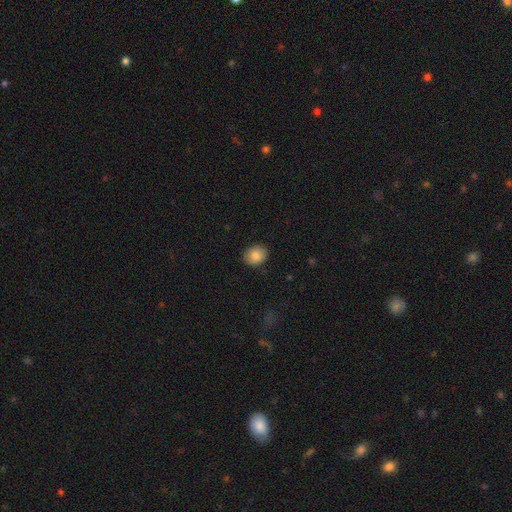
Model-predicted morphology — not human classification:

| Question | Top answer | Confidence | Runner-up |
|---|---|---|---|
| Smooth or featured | smooth | 85% | star or artifact (8%) |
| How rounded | round | 56% | in between (43%) |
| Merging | none | 88% | minor disturbance (9%) |